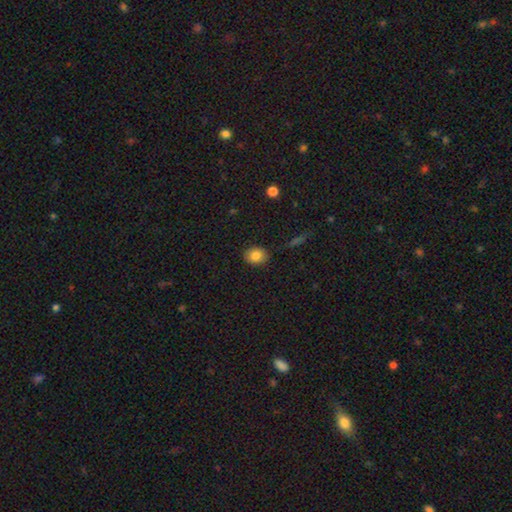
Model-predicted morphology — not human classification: Q: Smooth or featured?
A: smooth (84%); runner-up: star or artifact (9%)
Q: How rounded?
A: round (56%); runner-up: in between (42%)
Q: Merging?
A: none (88%); runner-up: minor disturbance (9%)